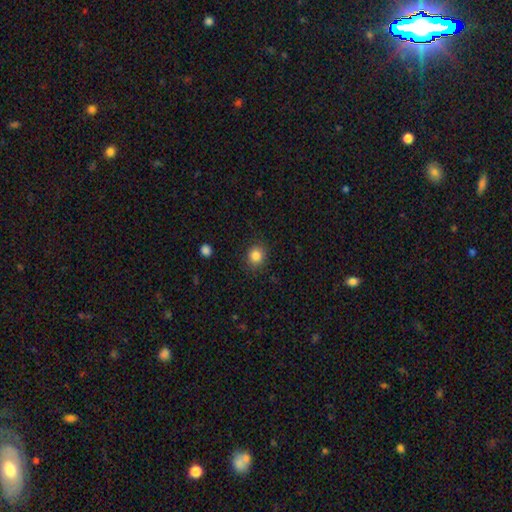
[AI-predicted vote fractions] Smooth or featured? Predicted: smooth (p=0.85). How rounded? Predicted: round (p=0.83). Merging? Predicted: none (p=0.88).